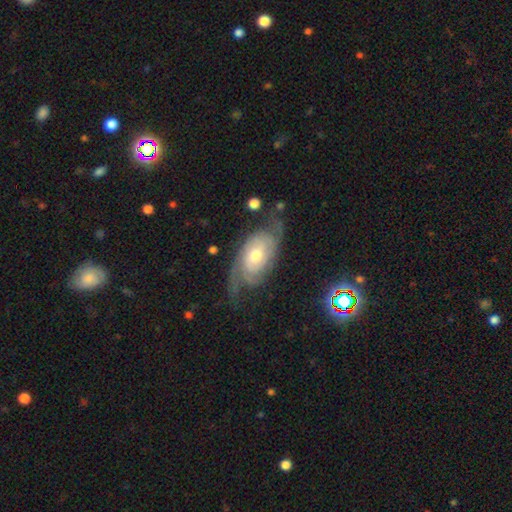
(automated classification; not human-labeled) A featured or disk galaxy (83%) with no bar (68%), 2 (60%) tight (45%) spiral arms (95%) and a moderate central bulge (66%).

Vote fractions:
- Smooth or featured? featured or disk: 83% / smooth: 11% / star or artifact: 6%
- Edge-on disk? no: 94% / yes: 6%
- Bar? no: 68% / weak: 26% / strong: 6%
- Spiral arms? yes: 95% / no: 5%
- Spiral winding? tight: 45% / medium: 37% / loose: 18%
- Spiral arm count? 2: 60% / can't tell: 18% / 3: 11% / 4: 4% / 1: 4% / more than 4: 3%
- Bulge size? moderate: 66% / small: 26% / large: 6% / none: 1% / dominant: 1%
- Merging? none: 64% / minor disturbance: 21% / major disturbance: 13% / merger: 2%